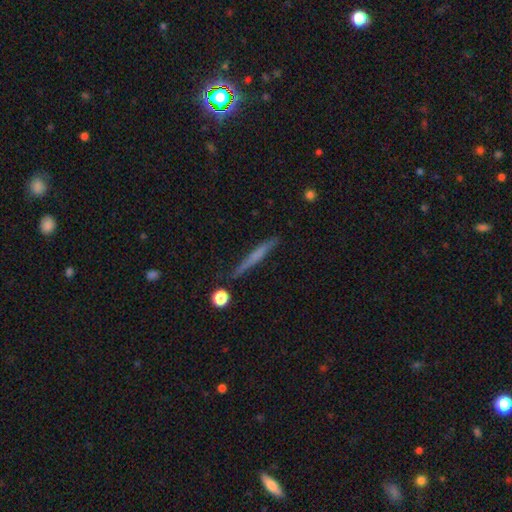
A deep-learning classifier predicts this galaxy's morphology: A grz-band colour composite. It shows a smooth galaxy with no disk features (50%). Merging: none (85%).